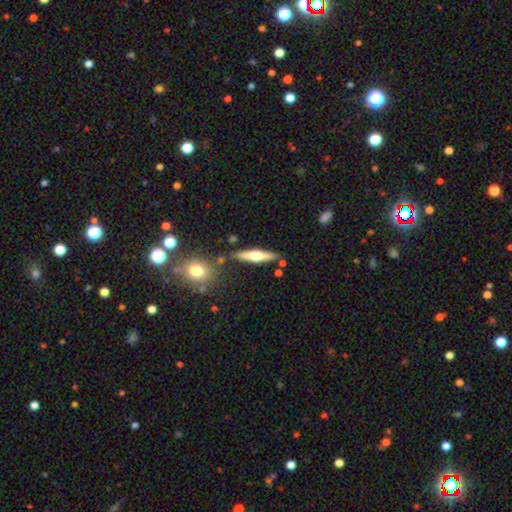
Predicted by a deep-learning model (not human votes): Morphology: type=featured or disk (54%); edge-on=yes (93%); edge-on bulge=rounded (93%); merging=none (82%).